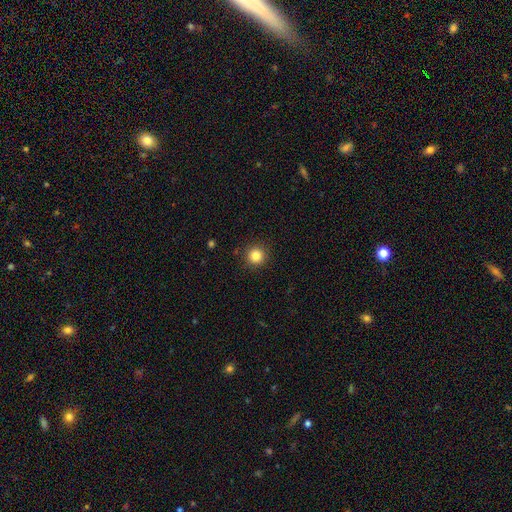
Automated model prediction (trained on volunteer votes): A smooth galaxy with no disk features (84%) that is round (95%).

Vote fractions:
- Smooth or featured? smooth: 84% / star or artifact: 11% / featured or disk: 5%
- How rounded? round: 95% / in between: 4% / cigar-shaped: 1%
- Merging? none: 91% / minor disturbance: 6% / major disturbance: 2% / merger: 1%